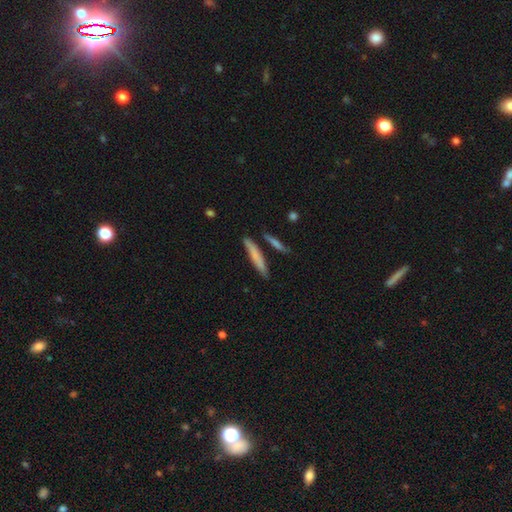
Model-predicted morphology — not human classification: type=smooth (70%); roundness=cigar-shaped (92%); merging=none (81%).